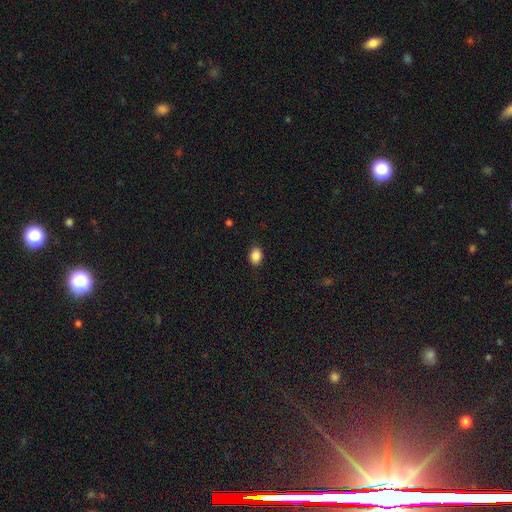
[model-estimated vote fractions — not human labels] Morphology: type=smooth (88%); roundness=in between (70%); merging=none (89%).